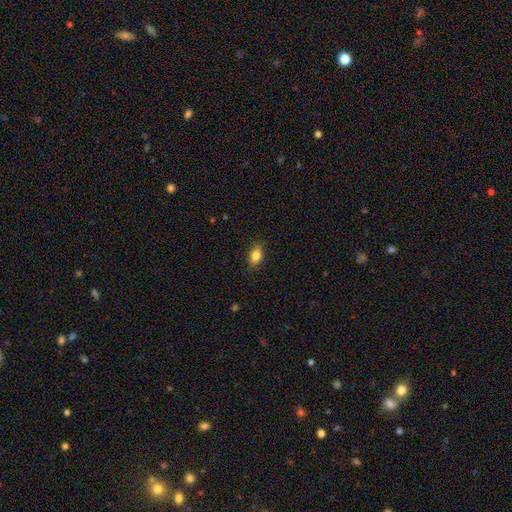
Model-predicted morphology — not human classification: This is clearly a smooth galaxy (85%). How rounded: clearly in between (86%). Merging: clearly none (87%).